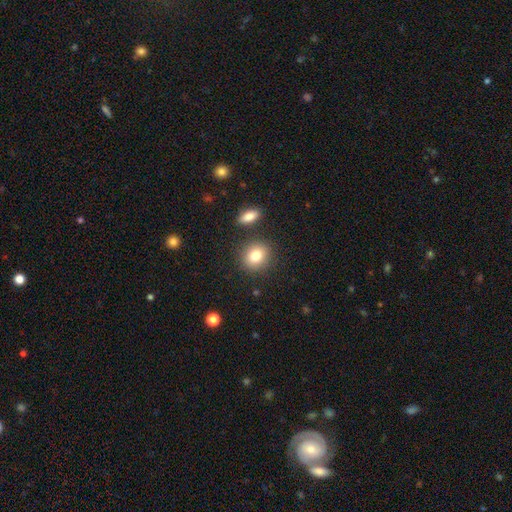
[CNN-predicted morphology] Overall: smooth (82%). How rounded: round (68%; in between 31%). Merging: none (83%).